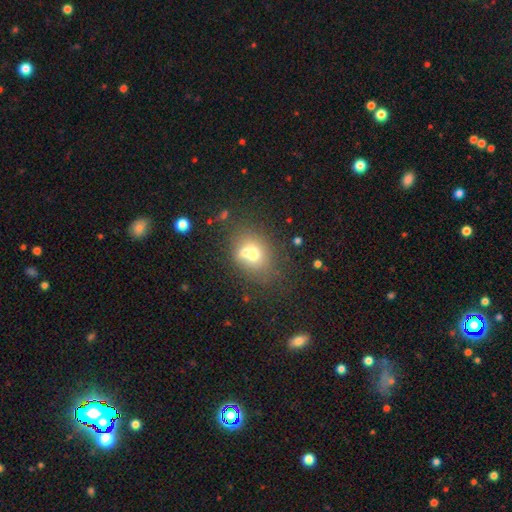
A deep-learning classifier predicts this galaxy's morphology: smooth 64%, featured or disk 21%, star or artifact 16%. Down the decision tree: how rounded — in between (51%); merging — none (47%).